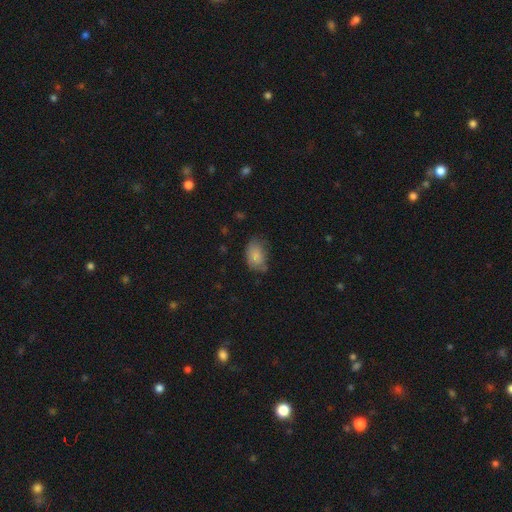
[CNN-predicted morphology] smooth-or-featured: smooth: 80% | featured or disk: 12% | star or artifact: 8%
  how-rounded: in between: 85% | round: 14% | cigar-shaped: 1%
  merging: none: 52% | minor disturbance: 35% | major disturbance: 11% | merger: 3%